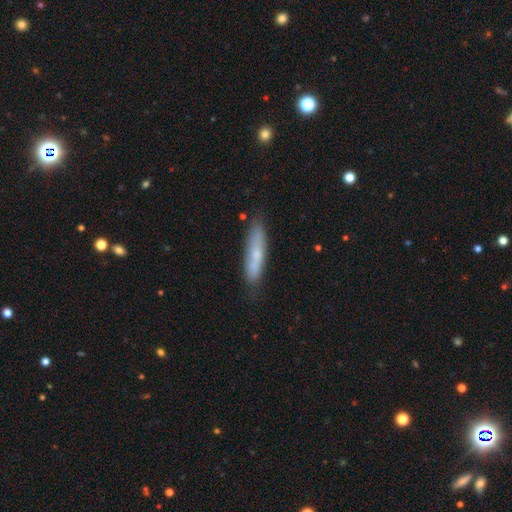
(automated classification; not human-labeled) Smooth or featured? smooth (62%)
How rounded? cigar-shaped (83%)
Merging? none (79%)